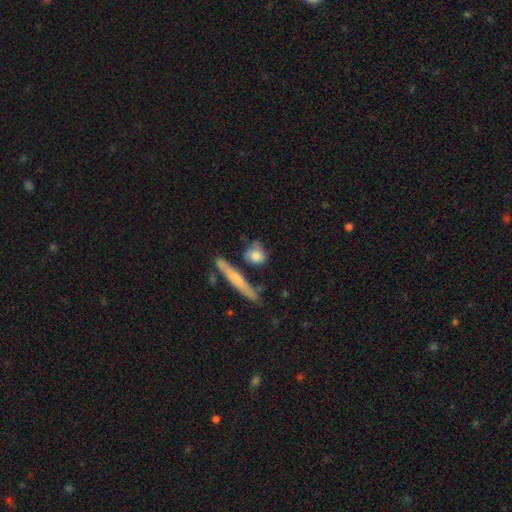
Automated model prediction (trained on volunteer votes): Morphology: type=smooth (70%); roundness=round (49%); merging=none (58%).